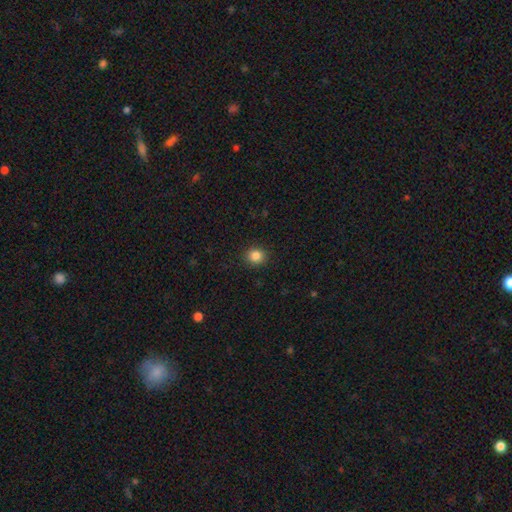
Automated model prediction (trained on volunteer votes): A smooth galaxy with no disk features (85%) that is round (85%). Merging: none (91%).